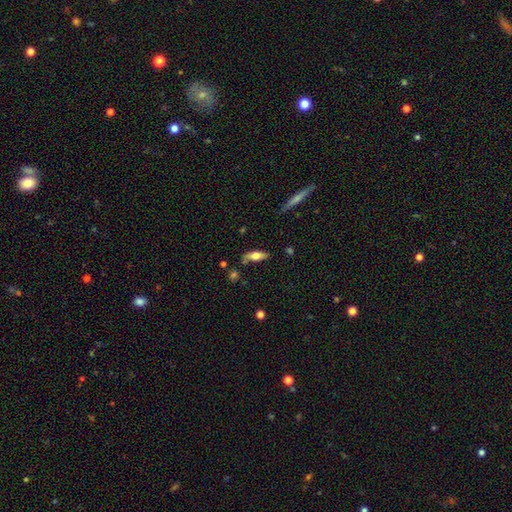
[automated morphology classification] A smooth galaxy with no disk features (61%) that is in between round and cigar-shaped (59%).

Vote fractions:
- Smooth or featured? smooth: 61% / featured or disk: 33% / star or artifact: 6%
- How rounded? in between: 59% / cigar-shaped: 38% / round: 3%
- Merging? none: 74% / minor disturbance: 17% / merger: 4% / major disturbance: 4%